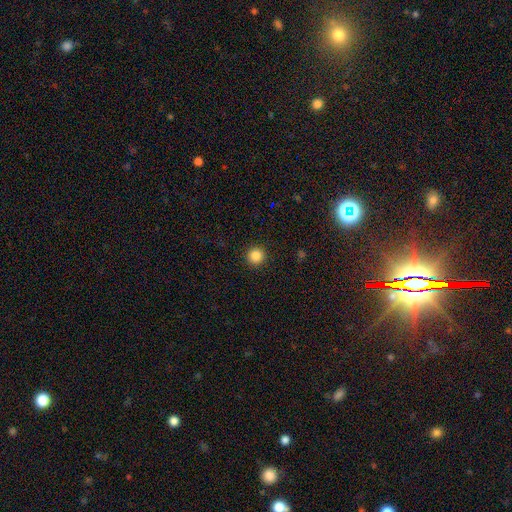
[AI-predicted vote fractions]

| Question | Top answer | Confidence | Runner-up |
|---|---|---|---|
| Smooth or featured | smooth | 85% | star or artifact (11%) |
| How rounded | round | 96% | in between (3%) |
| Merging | none | 93% | minor disturbance (4%) |